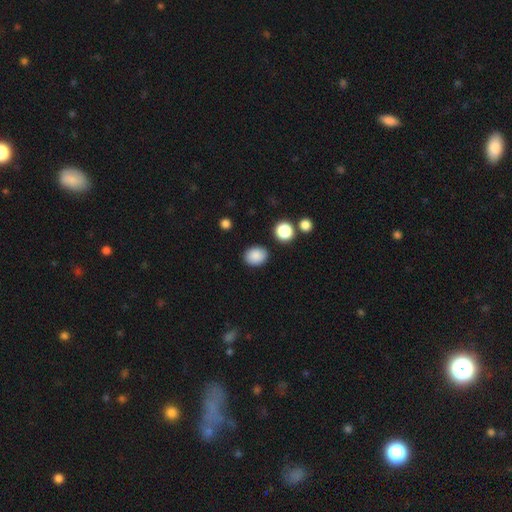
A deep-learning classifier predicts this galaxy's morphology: This appears to be a smooth galaxy with no disk features (87%) that is in between round and cigar-shaped (53%). Merging: none (87%).